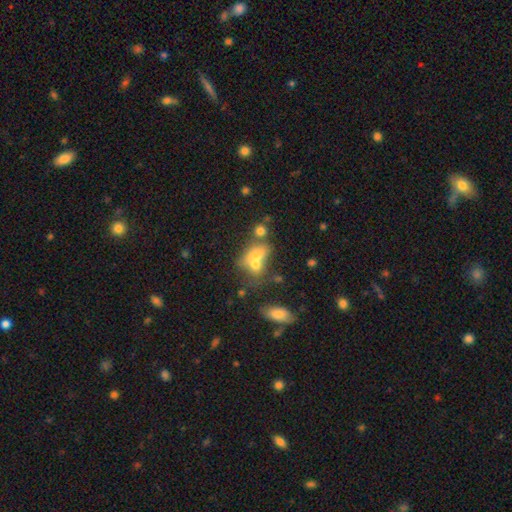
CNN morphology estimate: This appears to be a smooth galaxy with no disk features (65%) that is in between round and cigar-shaped (71%). Merging: merger (59%).